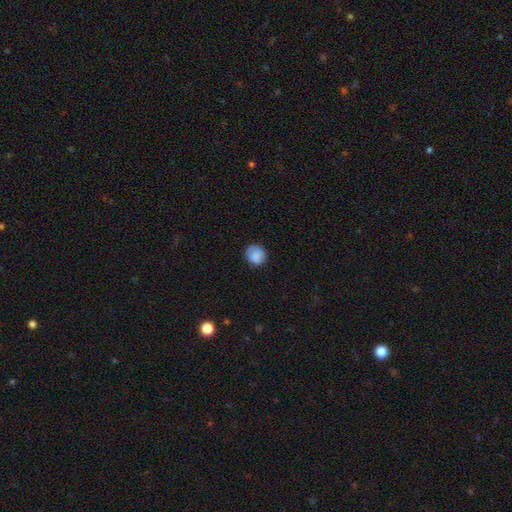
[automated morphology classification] smooth-or-featured: smooth: 85% | star or artifact: 8% | featured or disk: 6%
  how-rounded: round: 84% | in between: 15% | cigar-shaped: 1%
  merging: none: 78% | minor disturbance: 17% | major disturbance: 4% | merger: 1%